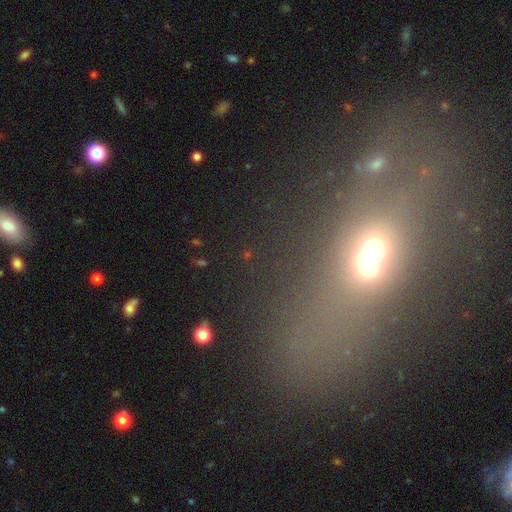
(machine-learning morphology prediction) A star or artifact, not a galaxy (41%).

Vote fractions:
- Smooth or featured? star or artifact: 41% / smooth: 33% / featured or disk: 26%